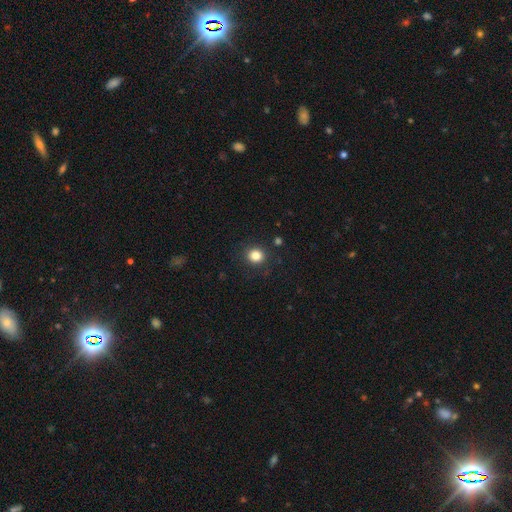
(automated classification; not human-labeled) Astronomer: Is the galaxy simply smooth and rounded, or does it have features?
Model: smooth — 83%.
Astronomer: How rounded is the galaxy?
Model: round — 82%.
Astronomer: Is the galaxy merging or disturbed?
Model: none — 89%.